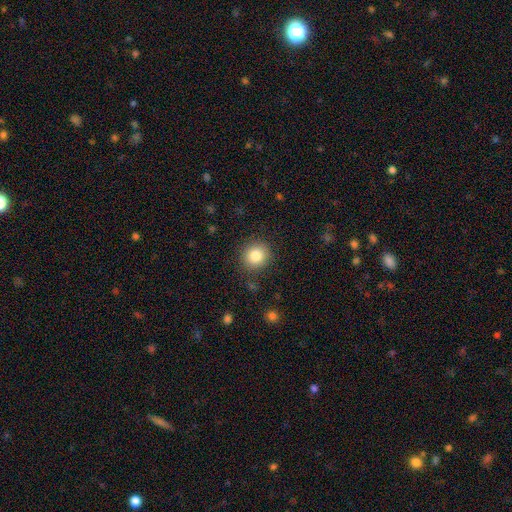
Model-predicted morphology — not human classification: A smooth galaxy with no disk features (83%) that is round (86%).

Vote fractions:
- Smooth or featured? smooth: 83% / star or artifact: 10% / featured or disk: 7%
- How rounded? round: 86% / in between: 13% / cigar-shaped: 1%
- Merging? none: 88% / minor disturbance: 8% / major disturbance: 3% / merger: 1%